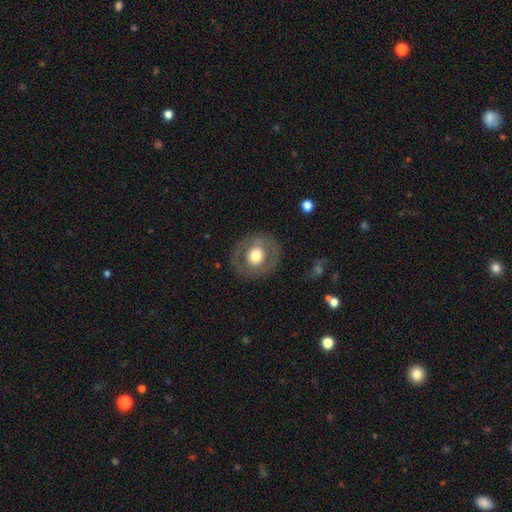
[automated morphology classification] A smooth galaxy with no disk features (51%) that is round (81%). Merging: none (82%).